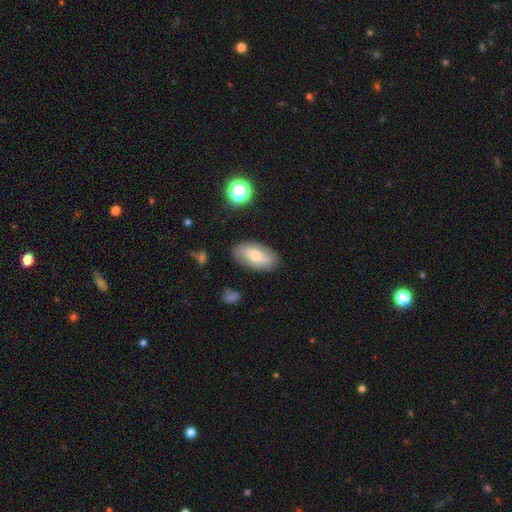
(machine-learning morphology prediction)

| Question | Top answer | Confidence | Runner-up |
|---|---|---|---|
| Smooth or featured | smooth | 50% | featured or disk (42%) |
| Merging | none | 81% | minor disturbance (14%) |